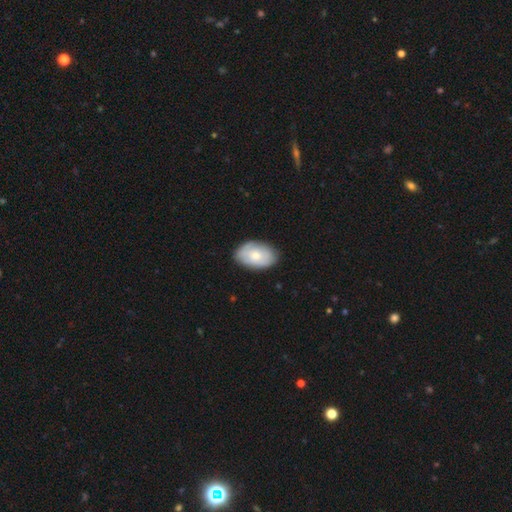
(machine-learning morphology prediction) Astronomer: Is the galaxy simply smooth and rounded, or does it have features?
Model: smooth — 65%.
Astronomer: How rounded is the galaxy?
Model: in between — 90%.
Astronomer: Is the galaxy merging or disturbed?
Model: none — 81%.